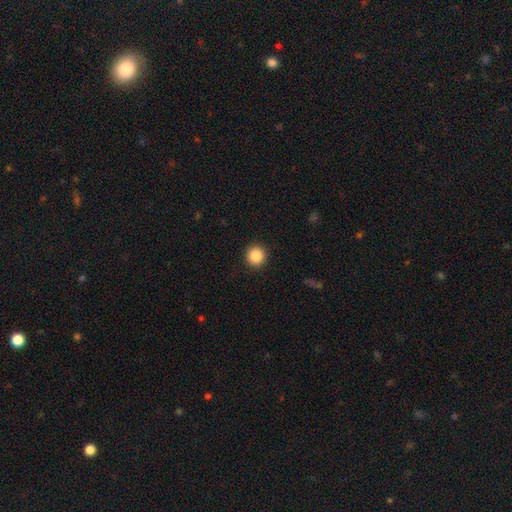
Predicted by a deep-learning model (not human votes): Overall: smooth (87%). How rounded: round (95%). Merging: none (92%).